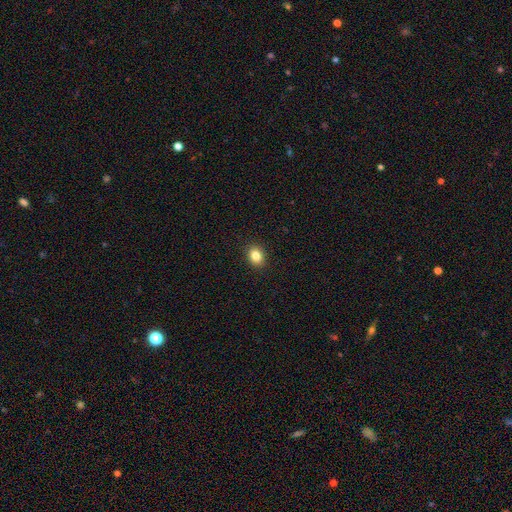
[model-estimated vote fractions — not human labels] smooth-or-featured: smooth: 84% | star or artifact: 10% | featured or disk: 6%
  how-rounded: in between: 51% | round: 49% | cigar-shaped: 1%
  merging: none: 91% | minor disturbance: 6% | major disturbance: 2% | merger: 1%